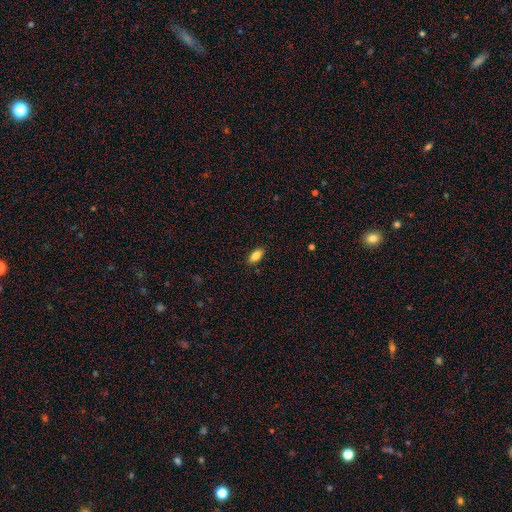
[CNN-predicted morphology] The model was most divided on "smooth or featured": smooth: 85%, star or artifact: 8%, featured or disk: 7%. More confident: how rounded — in between (89%); merging — none (88%).